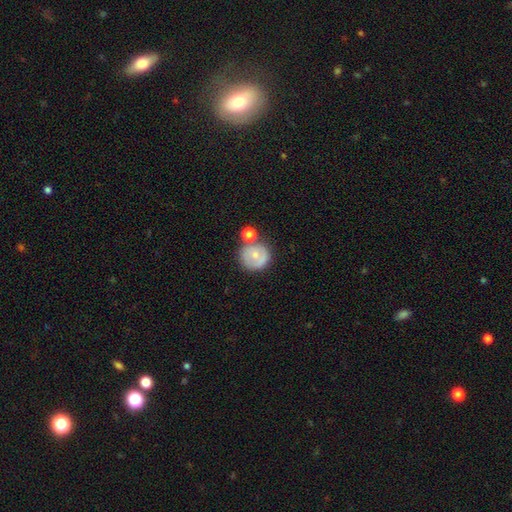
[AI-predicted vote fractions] smooth-or-featured: smooth: 63% | featured or disk: 29% | star or artifact: 8%
  how-rounded: round: 91% | in between: 8% | cigar-shaped: 1%
  merging: none: 61% | merger: 17% | minor disturbance: 16% | major disturbance: 5%